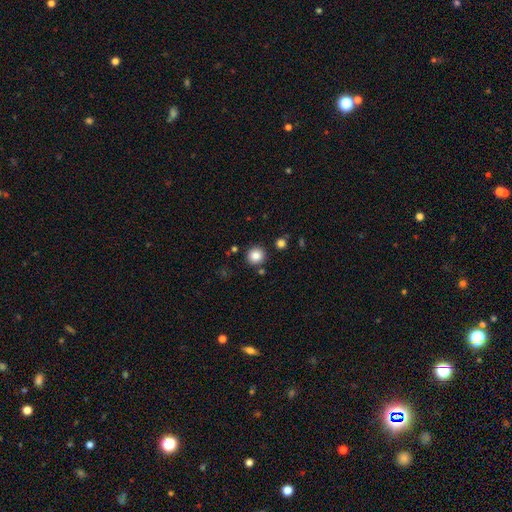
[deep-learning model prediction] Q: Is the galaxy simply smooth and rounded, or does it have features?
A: smooth — 85%.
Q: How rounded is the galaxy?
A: round — 93%.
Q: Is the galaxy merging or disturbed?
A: none — 87%.